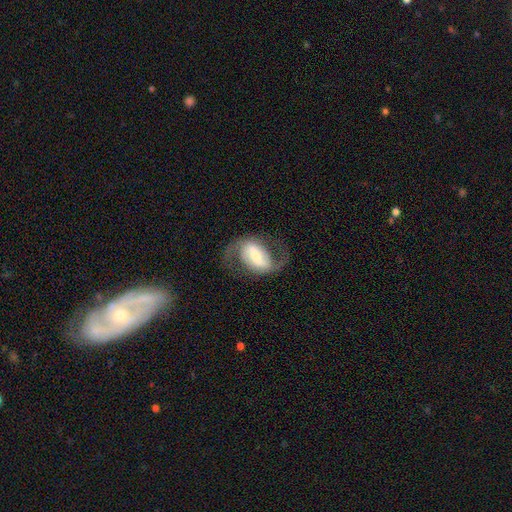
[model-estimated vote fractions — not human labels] Smooth or featured: featured or disk — 81% (smooth — 14%)
Edge-on disk: no — 97% (yes — 3%)
Bar: strong — 51% (weak — 35%)
Spiral arms: yes — 93% (no — 7%)
Spiral winding: loose — 48% (medium — 43%)
Spiral arm count: 2 — 92% (can't tell — 3%)
Bulge size: small — 39% (moderate — 37%)
Merging: none — 71% (minor disturbance — 14%)